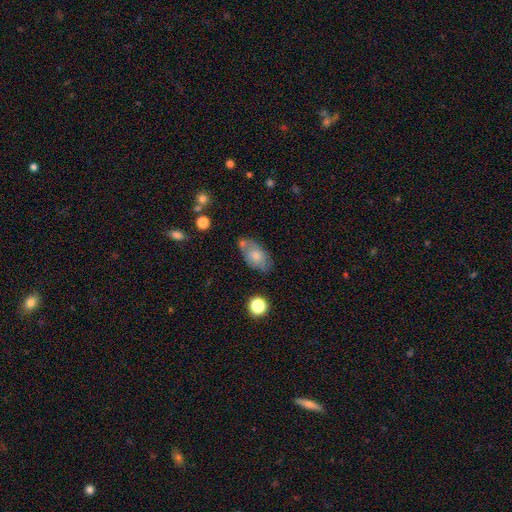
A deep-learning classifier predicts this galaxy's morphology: smooth-or-featured: smooth: 67% | featured or disk: 25% | star or artifact: 8%
  how-rounded: in between: 90% | round: 7% | cigar-shaped: 3%
  merging: none: 58% | minor disturbance: 23% | merger: 12% | major disturbance: 7%